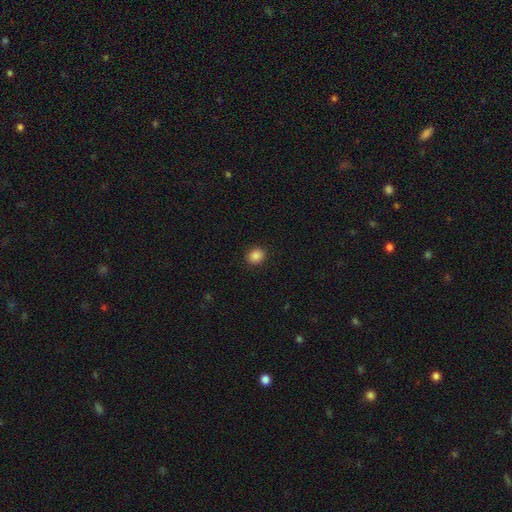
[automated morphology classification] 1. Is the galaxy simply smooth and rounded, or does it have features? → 87% smooth, 10% star or artifact, 3% featured or disk.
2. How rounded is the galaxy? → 58% round, 41% in between, 1% cigar-shaped.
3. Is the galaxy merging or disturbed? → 91% none, 6% minor disturbance, 2% major disturbance, 1% merger.